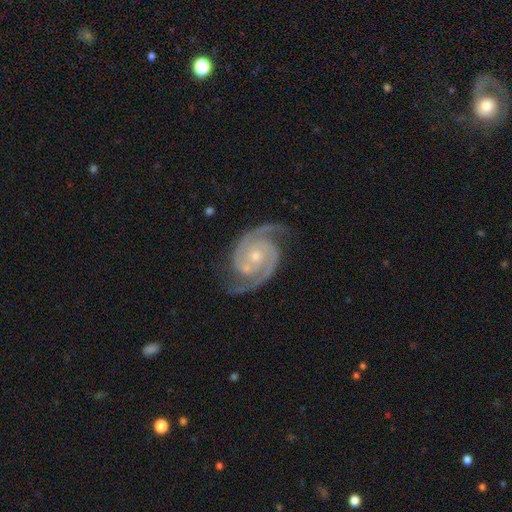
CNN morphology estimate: Q: Smooth or featured?
A: featured or disk (94%); runner-up: star or artifact (4%)
Q: Edge-on disk?
A: no (98%); runner-up: yes (2%)
Q: Bar?
A: no (71%); runner-up: weak (22%)
Q: Spiral arms?
A: yes (99%); runner-up: no (1%)
Q: Spiral winding?
A: tight (51%); runner-up: medium (44%)
Q: Spiral arm count?
A: 2 (92%); runner-up: 3 (3%)
Q: Bulge size?
A: small (62%); runner-up: moderate (34%)
Q: Merging?
A: none (80%); runner-up: minor disturbance (14%)